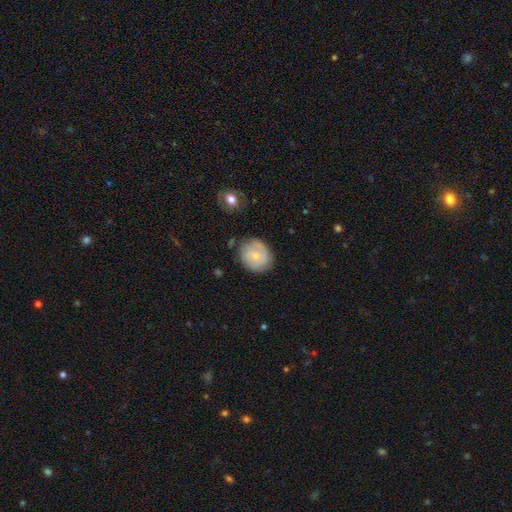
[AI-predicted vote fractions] Q: Smooth or featured?
A: smooth (55%); runner-up: featured or disk (37%)
Q: How rounded?
A: round (75%); runner-up: in between (24%)
Q: Merging?
A: none (72%); runner-up: minor disturbance (20%)